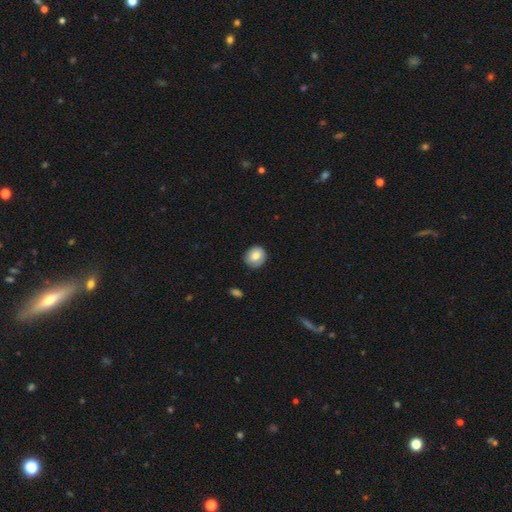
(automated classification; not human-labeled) Smooth or featured? smooth (78%)
How rounded? round (72%)
Merging? none (78%)